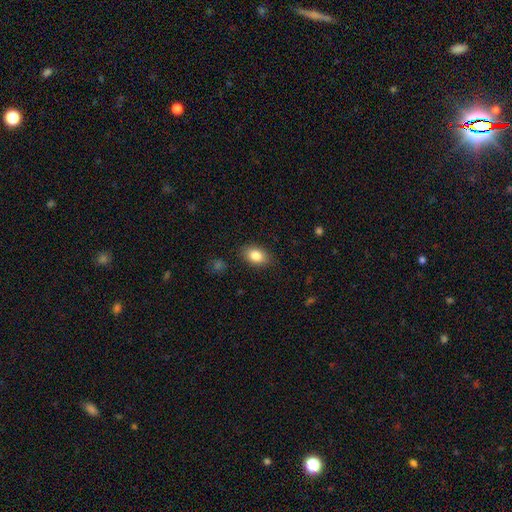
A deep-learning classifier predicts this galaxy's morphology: The model was most divided on "how rounded": in between: 85%, round: 14%, cigar-shaped: 1%. More confident: merging — none (87%); smooth or featured — smooth (84%).